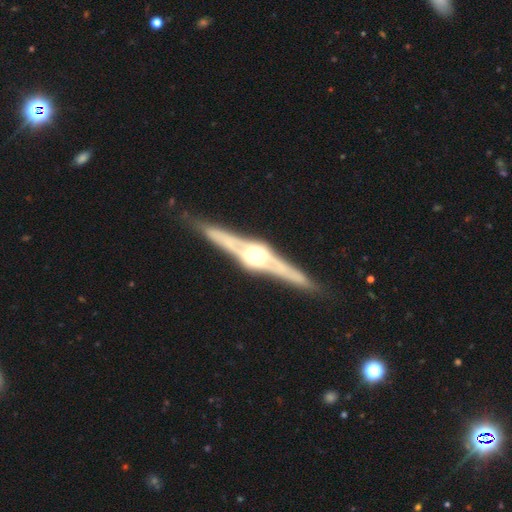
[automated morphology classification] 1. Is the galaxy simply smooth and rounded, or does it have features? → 86% featured or disk, 9% smooth, 4% star or artifact.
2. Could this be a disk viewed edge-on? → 95% yes, 5% no.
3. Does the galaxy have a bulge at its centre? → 90% rounded, 8% boxy, 2% none.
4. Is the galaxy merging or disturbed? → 88% none, 9% minor disturbance, 2% major disturbance, 1% merger.